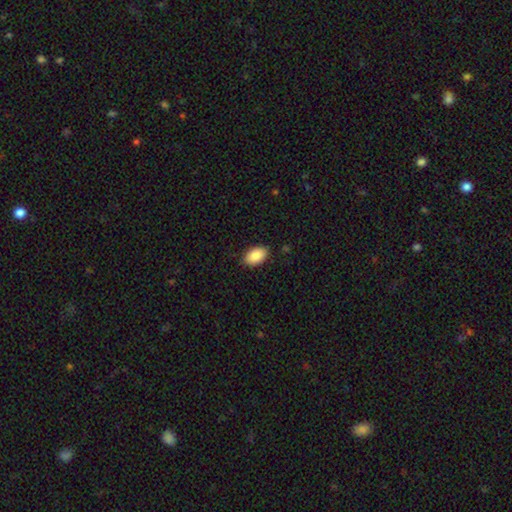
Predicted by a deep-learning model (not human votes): The model was most divided on "merging": none: 86%, minor disturbance: 10%, major disturbance: 2%, merger: 1%. More confident: how rounded — in between (93%); smooth or featured — smooth (88%).